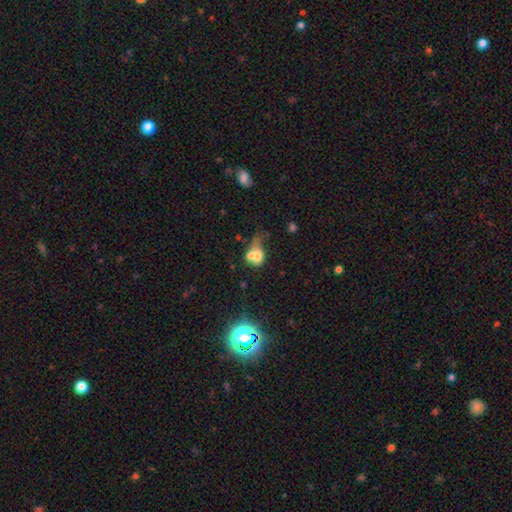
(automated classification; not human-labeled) Smooth or featured? smooth (63%)
How rounded? in between (54%)
Merging? merger (59%)